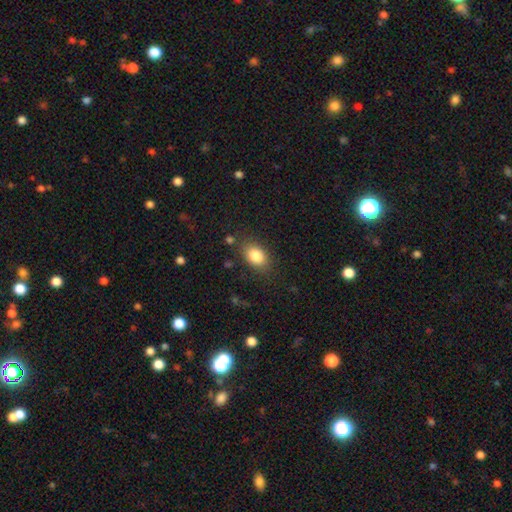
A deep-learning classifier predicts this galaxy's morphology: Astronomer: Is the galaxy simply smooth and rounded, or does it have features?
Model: smooth — 84%.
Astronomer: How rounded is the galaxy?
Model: in between — 83%.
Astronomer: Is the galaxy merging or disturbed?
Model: none — 81%.